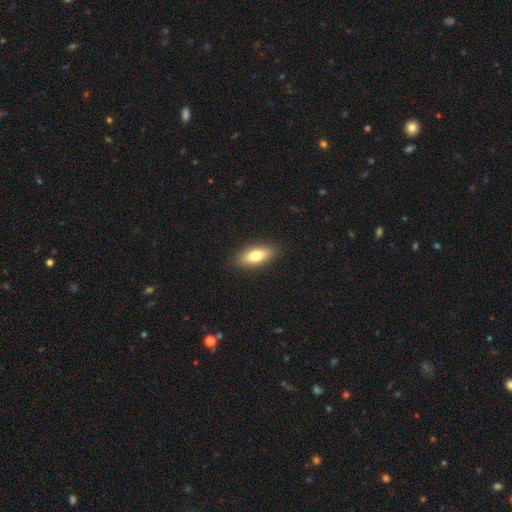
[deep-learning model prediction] Smooth or featured: smooth — 77% (featured or disk — 16%)
How rounded: in between — 80% (cigar-shaped — 16%)
Merging: none — 88% (minor disturbance — 8%)